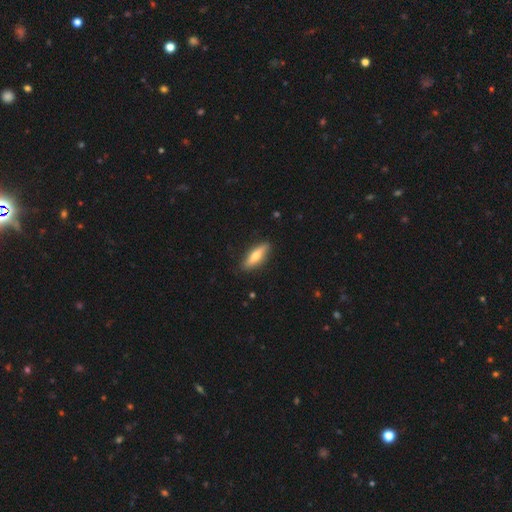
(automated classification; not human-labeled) smooth-or-featured: smooth: 60% | featured or disk: 35% | star or artifact: 6%
  how-rounded: cigar-shaped: 59% | in between: 38% | round: 2%
  merging: none: 86% | minor disturbance: 10% | major disturbance: 2% | merger: 1%